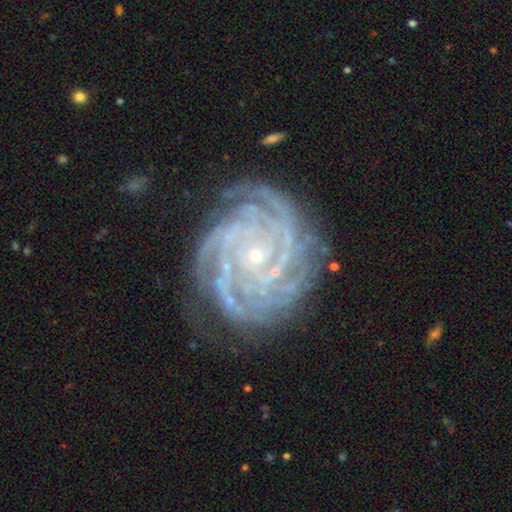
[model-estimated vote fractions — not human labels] Morphology: type=featured or disk (91%); edge-on=no (98%); bar=no (72%); spiral arms=yes (99%); winding=tight (82%); arm count=4 (29%); bulge=small (85%); merging=none (75%).